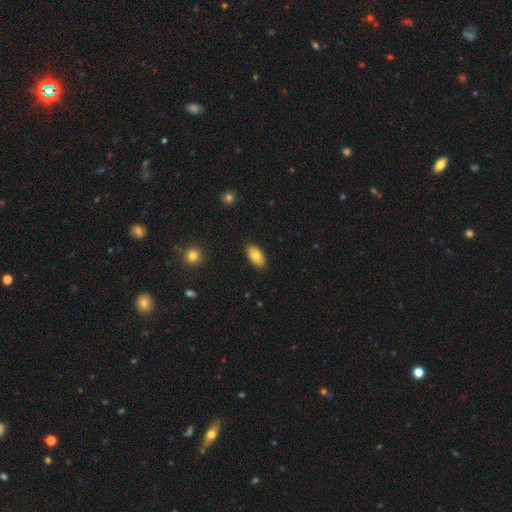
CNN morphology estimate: A smooth galaxy with no disk features (78%) that is in between round and cigar-shaped (93%). Merging: none (89%).